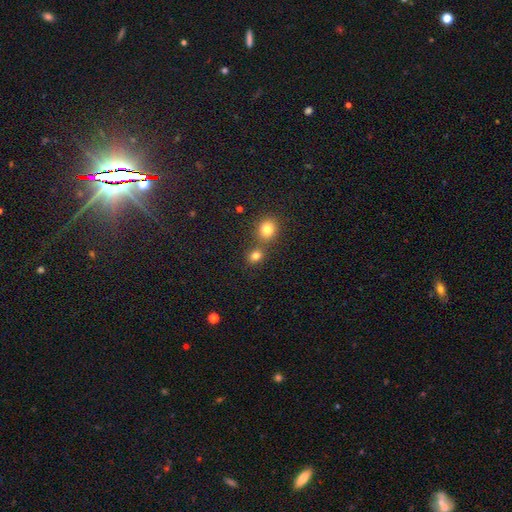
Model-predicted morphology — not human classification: Smooth or featured? smooth (79%)
How rounded? round (73%)
Merging? none (62%)